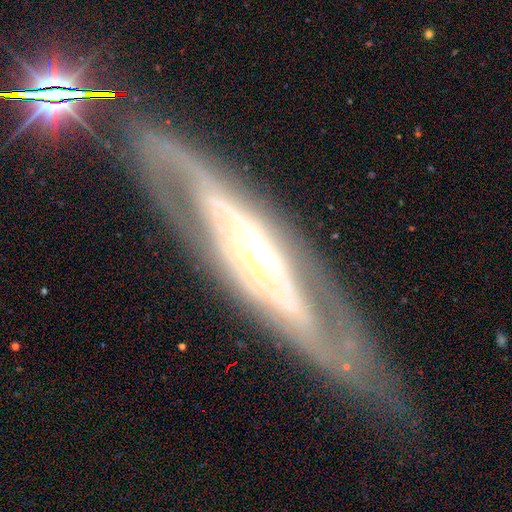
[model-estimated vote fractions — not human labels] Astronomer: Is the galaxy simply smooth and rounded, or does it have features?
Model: featured or disk — 85%.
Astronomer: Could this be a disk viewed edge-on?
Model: no — 64%.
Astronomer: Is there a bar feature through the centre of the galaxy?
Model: no — 51% (runner-up: weak, 26%).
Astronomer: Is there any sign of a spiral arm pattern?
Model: yes — 69%.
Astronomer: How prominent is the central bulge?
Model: small — 46% (runner-up: moderate, 43%).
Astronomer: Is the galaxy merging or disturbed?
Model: none — 77%.